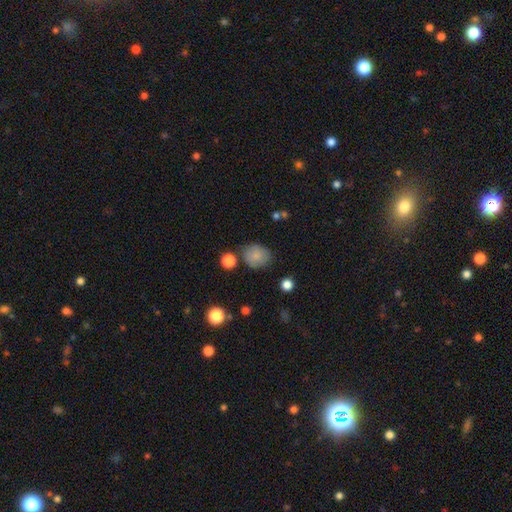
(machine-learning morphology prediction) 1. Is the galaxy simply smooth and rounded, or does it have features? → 82% smooth, 10% star or artifact, 8% featured or disk.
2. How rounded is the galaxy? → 72% round, 27% in between, 1% cigar-shaped.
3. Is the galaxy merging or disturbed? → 76% none, 16% minor disturbance, 4% merger, 4% major disturbance.